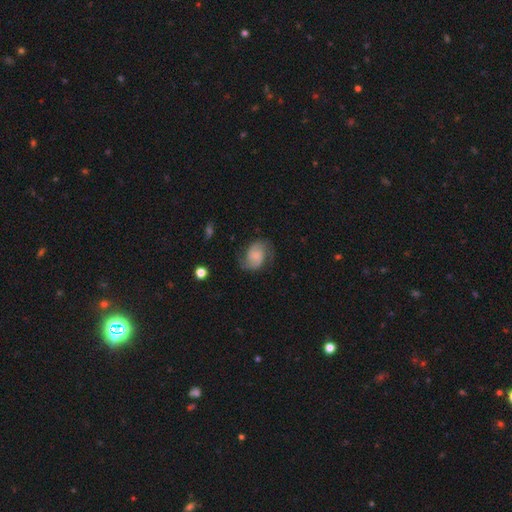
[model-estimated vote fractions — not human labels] A featured or disk galaxy (76%) with no bar (62%), 2 (90%) medium (50%) spiral arms (96%) and a small central bulge (49%).

Vote fractions:
- Smooth or featured? featured or disk: 76% / smooth: 17% / star or artifact: 7%
- Edge-on disk? no: 98% / yes: 2%
- Bar? no: 62% / weak: 32% / strong: 6%
- Spiral arms? yes: 96% / no: 4%
- Spiral winding? medium: 50% / tight: 25% / loose: 25%
- Spiral arm count? 2: 90% / can't tell: 4% / 1: 2% / 3: 2% / 4: 1% / more than 4: 1%
- Bulge size? small: 49% / none: 27% / moderate: 18% / large: 4% / dominant: 2%
- Merging? none: 72% / minor disturbance: 18% / major disturbance: 8% / merger: 1%